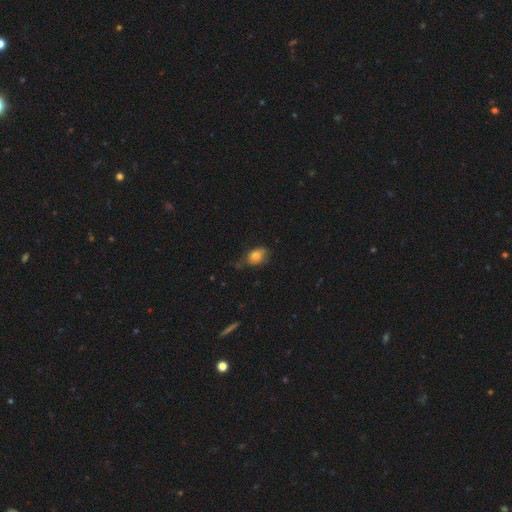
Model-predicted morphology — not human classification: A smooth galaxy with no disk features (77%) that is in between round and cigar-shaped (70%). Merging: none (48%).